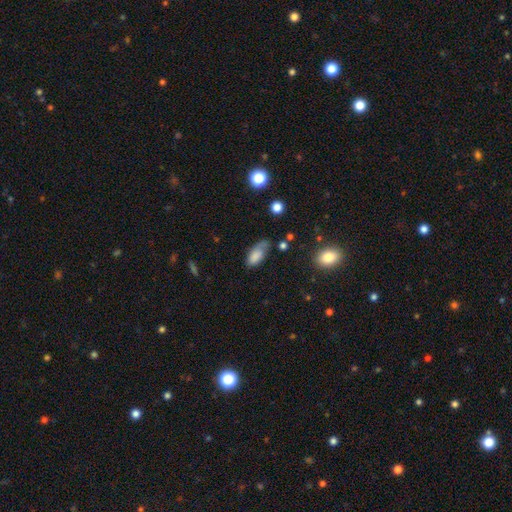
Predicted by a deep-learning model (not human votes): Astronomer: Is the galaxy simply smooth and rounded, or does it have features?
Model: smooth — 79%.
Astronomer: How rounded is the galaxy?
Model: in between — 88%.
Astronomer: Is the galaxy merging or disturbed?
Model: none — 42% (runner-up: minor disturbance, 37%).